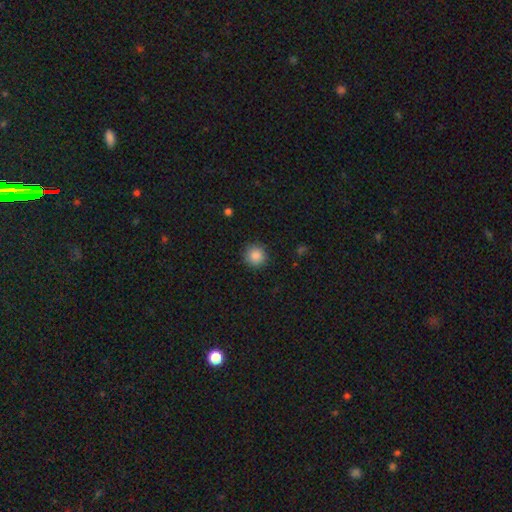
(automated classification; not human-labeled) This is clearly a smooth galaxy (86%). How rounded: clearly round (94%). Merging: clearly none (90%).